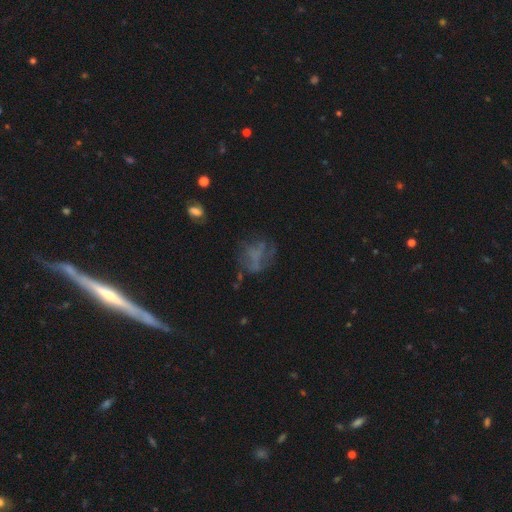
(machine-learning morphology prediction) The model was most divided on "smooth or featured": featured or disk: 46%, smooth: 34%, star or artifact: 20%. More confident: merging — none (51%).